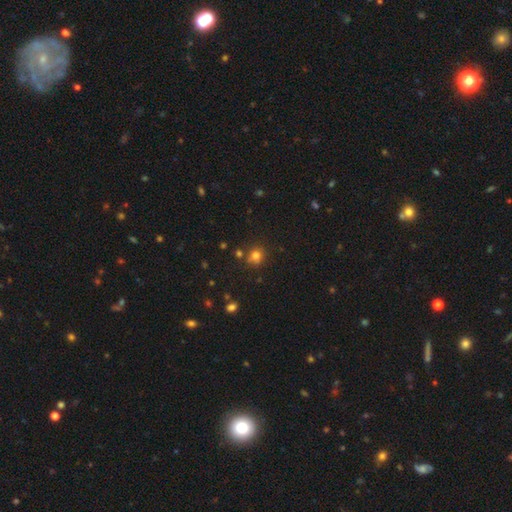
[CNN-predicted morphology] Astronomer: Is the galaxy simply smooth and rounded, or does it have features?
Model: smooth — 72%.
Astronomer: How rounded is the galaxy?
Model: round — 82%.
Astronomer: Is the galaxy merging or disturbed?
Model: none — 65%.